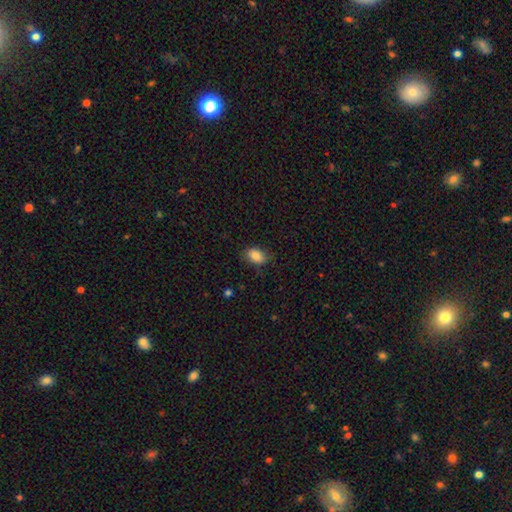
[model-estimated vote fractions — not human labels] Smooth or featured: smooth — 85% (star or artifact — 8%)
How rounded: in between — 83% (round — 15%)
Merging: none — 75% (minor disturbance — 20%)